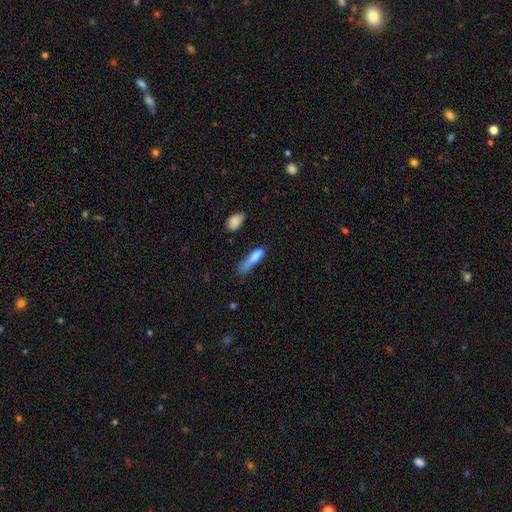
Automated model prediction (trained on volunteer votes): Smooth or featured? smooth (74%)
How rounded? cigar-shaped (56%)
Merging? major disturbance (29%)